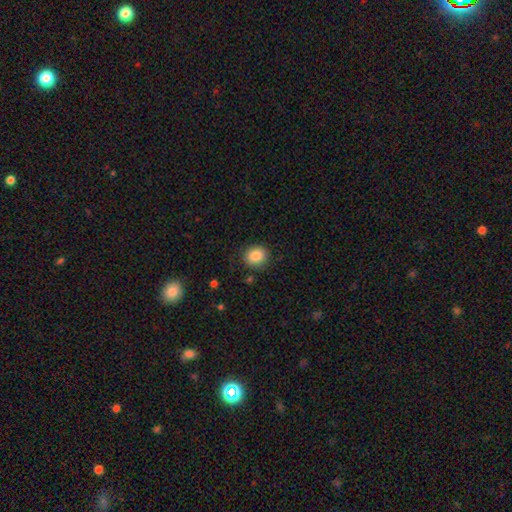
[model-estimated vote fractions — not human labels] smooth_or_featured: smooth (p=0.86) [alt: star or artifact p=0.09]
how_rounded: round (p=0.69) [alt: in between p=0.30]
merging: none (p=0.86) [alt: minor disturbance p=0.10]